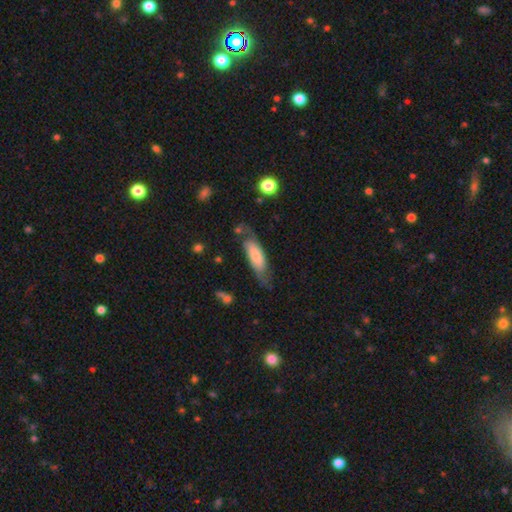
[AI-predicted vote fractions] The model was most divided on "how rounded": in between: 59%, cigar-shaped: 39%, round: 2%. More confident: merging — none (58%); smooth or featured — smooth (57%).